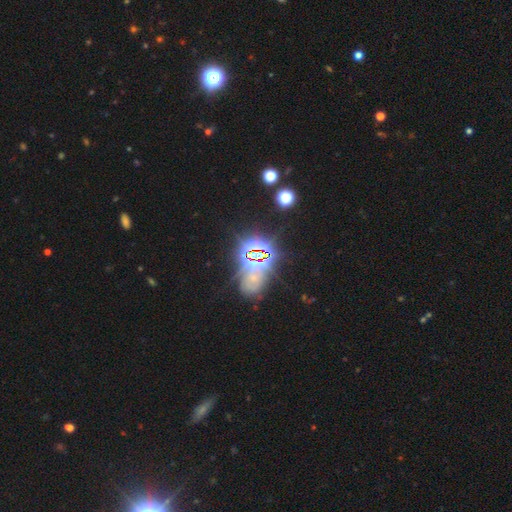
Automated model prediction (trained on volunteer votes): Morphology: type=star or artifact (75%).